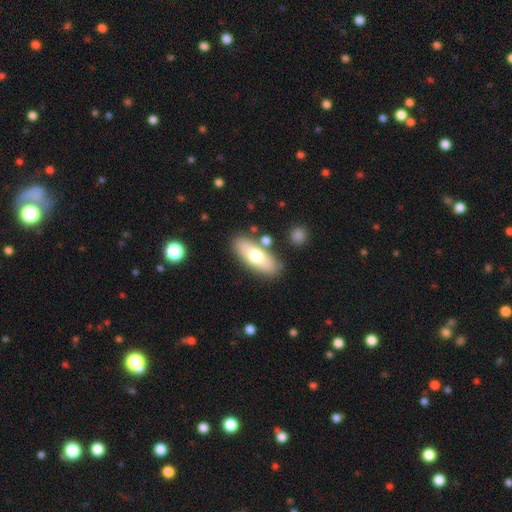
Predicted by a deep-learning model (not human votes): Smooth or featured?
  - smooth: 66% *
  - featured or disk: 27%
  - star or artifact: 6%
How rounded?
  - in between: 73% *
  - cigar-shaped: 23%
  - round: 3%
Merging?
  - none: 81% *
  - minor disturbance: 11%
  - merger: 6%
  - major disturbance: 3%